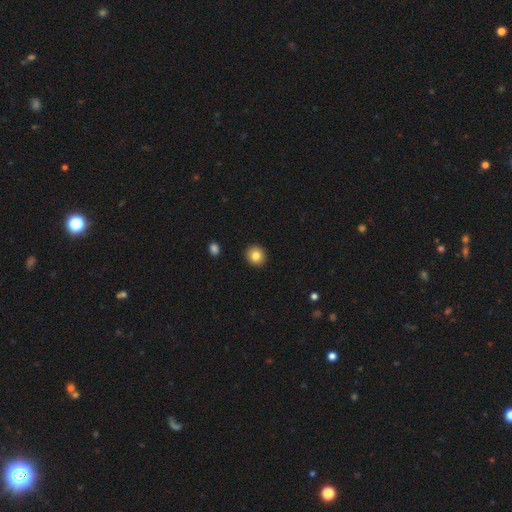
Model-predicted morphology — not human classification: This appears to be a smooth galaxy with no disk features (83%) that is round (89%). Merging: none (93%).